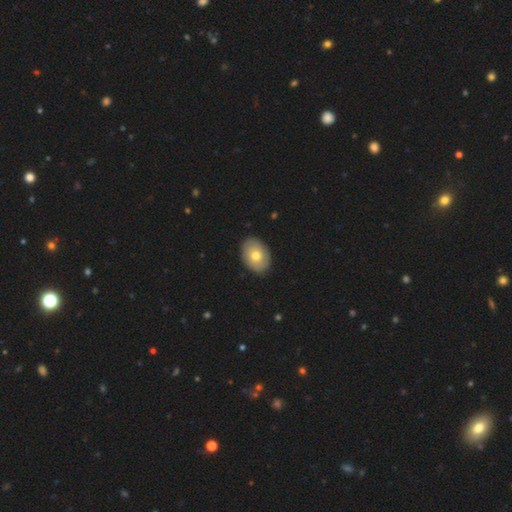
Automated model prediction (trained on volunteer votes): Q: Smooth or featured?
A: smooth (69%); runner-up: featured or disk (25%)
Q: How rounded?
A: in between (76%); runner-up: round (23%)
Q: Merging?
A: none (88%); runner-up: minor disturbance (9%)